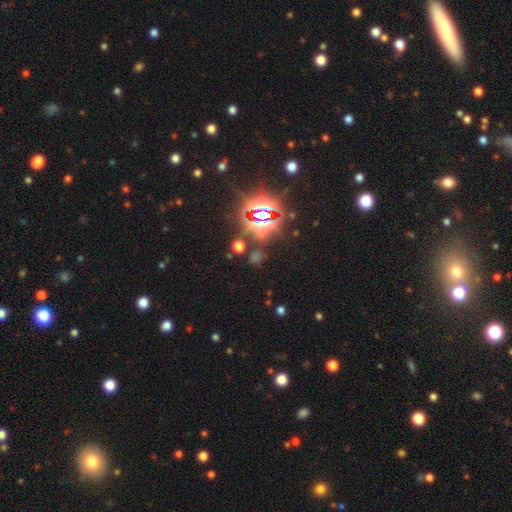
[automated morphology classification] Overall: star or artifact (77%).